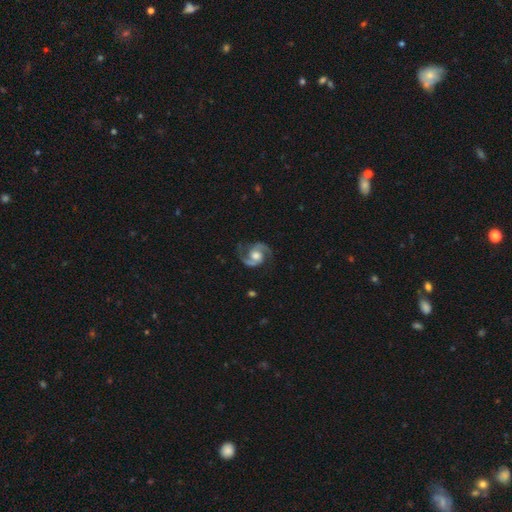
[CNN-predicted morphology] The model was most divided on "bar": no: 55%, weak: 35%, strong: 10%. More confident: edge-on disk — no (98%); spiral arms — yes (98%); spiral arm count — 2 (94%); smooth or featured — featured or disk (91%); merging — none (80%); spiral winding — medium (62%); bulge size — moderate (56%).